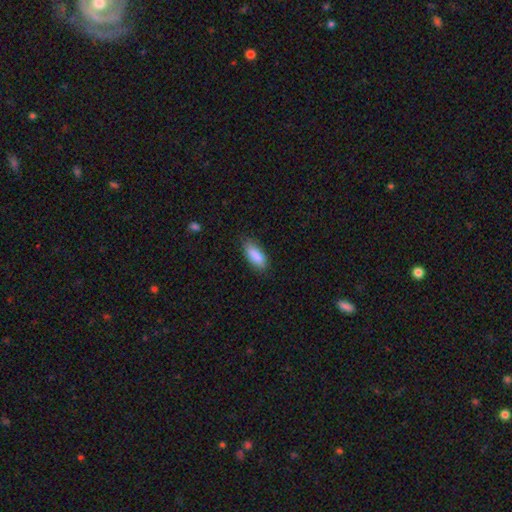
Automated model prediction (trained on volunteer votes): Overall: smooth (88%). How rounded: in between (81%). Merging: none (79%).